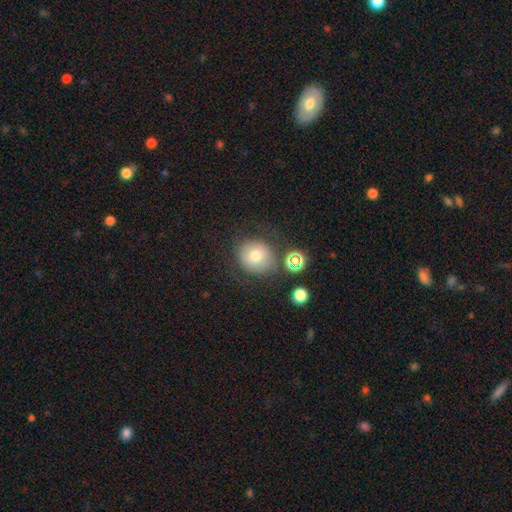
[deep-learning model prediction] Smooth or featured?
  - smooth: 72% *
  - featured or disk: 14%
  - star or artifact: 14%
How rounded?
  - round: 83% *
  - in between: 16%
  - cigar-shaped: 1%
Merging?
  - none: 72% *
  - minor disturbance: 14%
  - merger: 7%
  - major disturbance: 7%